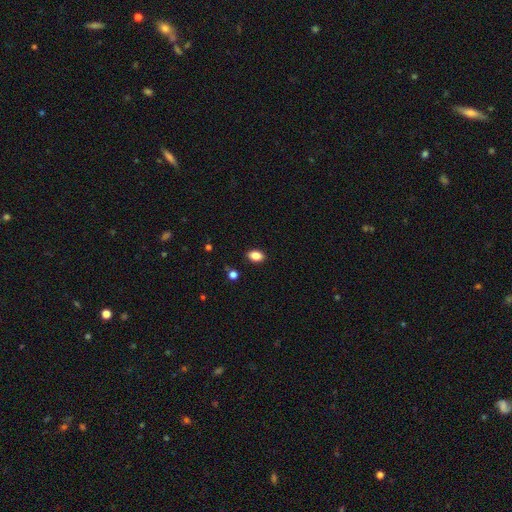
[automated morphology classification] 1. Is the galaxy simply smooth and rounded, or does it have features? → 86% smooth, 9% star or artifact, 5% featured or disk.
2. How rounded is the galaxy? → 85% in between, 13% round, 2% cigar-shaped.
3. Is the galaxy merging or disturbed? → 88% none, 8% minor disturbance, 2% major disturbance, 1% merger.